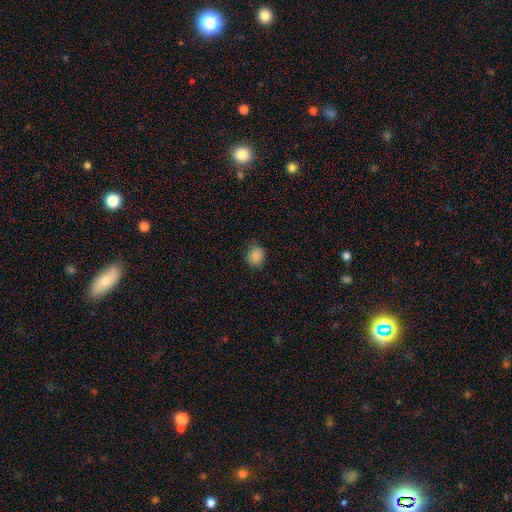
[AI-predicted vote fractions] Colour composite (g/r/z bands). It shows a smooth galaxy with no disk features (87%) that is round (69%). Merging: none (82%).